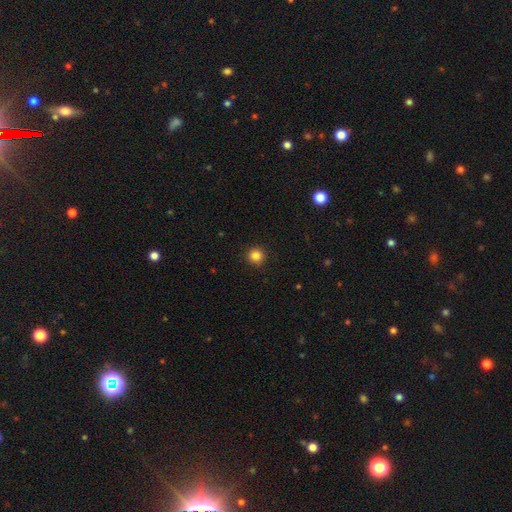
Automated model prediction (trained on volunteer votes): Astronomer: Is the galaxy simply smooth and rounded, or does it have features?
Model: smooth — 85%.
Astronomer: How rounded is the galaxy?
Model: round — 95%.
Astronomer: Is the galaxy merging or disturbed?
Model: none — 92%.